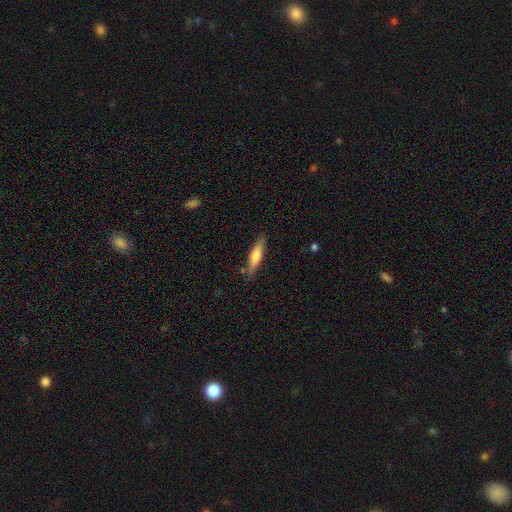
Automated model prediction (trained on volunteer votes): Smooth or featured? smooth (62%)
How rounded? cigar-shaped (76%)
Merging? none (83%)